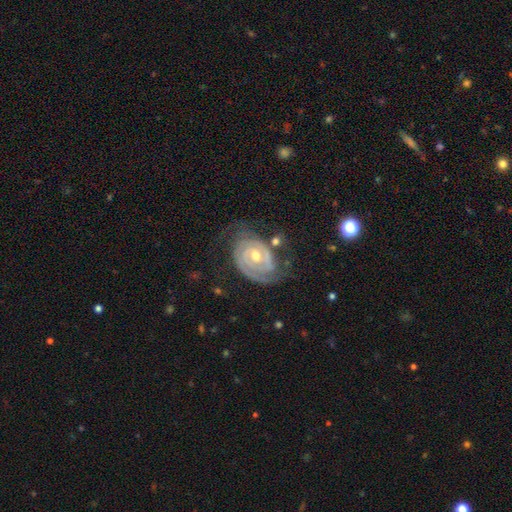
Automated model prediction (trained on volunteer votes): Smooth or featured? Predicted: featured or disk (p=0.89). Edge-on disk? Predicted: no (p=0.97). Bar? Predicted: no (p=0.57). Spiral arms? Predicted: yes (p=0.96). Spiral winding? Predicted: tight (p=0.76). Spiral arm count? Predicted: 2 (p=0.63). Bulge size? Predicted: moderate (p=0.65). Merging? Predicted: none (p=0.65).